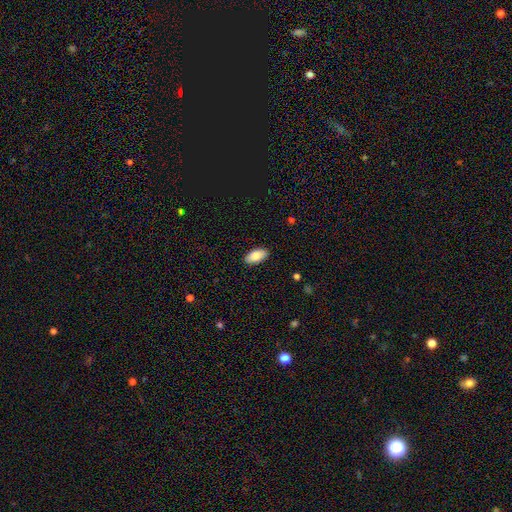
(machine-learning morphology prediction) Smooth or featured: smooth — 83% (featured or disk — 10%)
How rounded: in between — 93% (cigar-shaped — 4%)
Merging: none — 89% (minor disturbance — 8%)